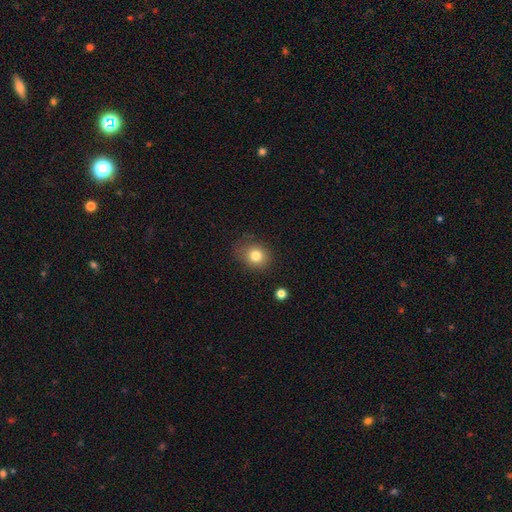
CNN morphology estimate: smooth-or-featured: smooth: 80% | star or artifact: 12% | featured or disk: 9%
  how-rounded: round: 66% | in between: 33% | cigar-shaped: 1%
  merging: none: 75% | minor disturbance: 18% | major disturbance: 5% | merger: 2%